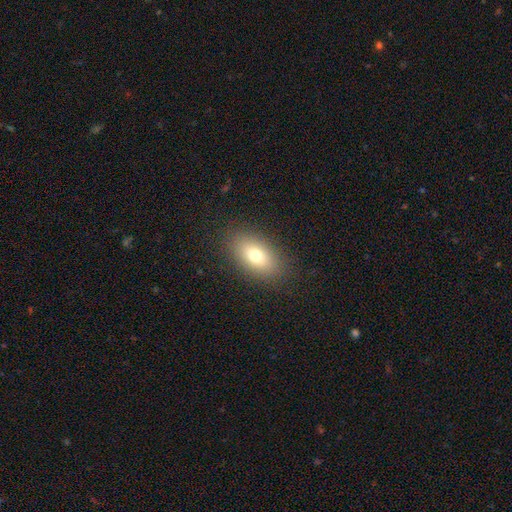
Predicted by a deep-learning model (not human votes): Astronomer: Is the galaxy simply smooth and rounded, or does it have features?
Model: smooth — 75%.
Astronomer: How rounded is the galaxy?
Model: in between — 89%.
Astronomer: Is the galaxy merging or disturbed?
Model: none — 87%.